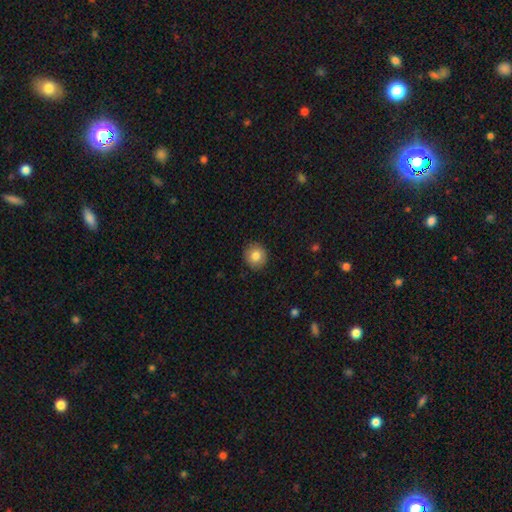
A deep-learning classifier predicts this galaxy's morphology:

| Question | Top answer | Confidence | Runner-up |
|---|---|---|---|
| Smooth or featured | smooth | 84% | star or artifact (8%) |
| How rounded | round | 90% | in between (9%) |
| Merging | none | 91% | minor disturbance (6%) |